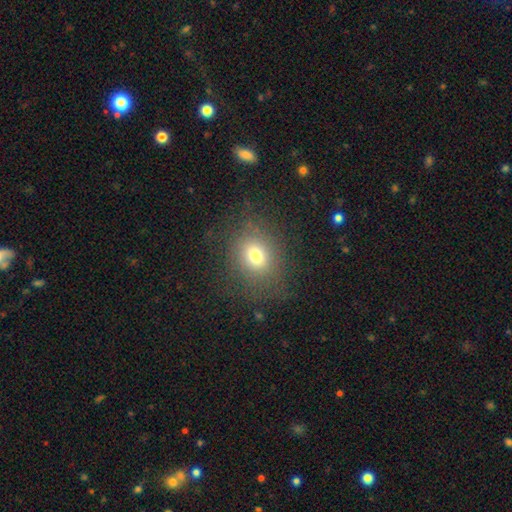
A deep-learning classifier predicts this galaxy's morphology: Smooth or featured: smooth — 71% (star or artifact — 16%)
How rounded: round — 63% (in between — 36%)
Merging: none — 76% (minor disturbance — 14%)